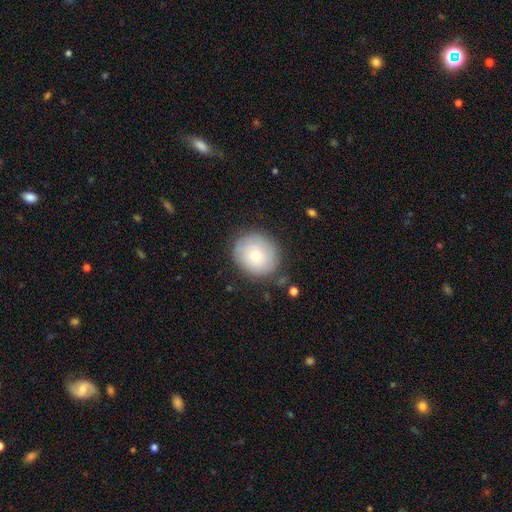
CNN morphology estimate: smooth-or-featured: smooth: 71% | featured or disk: 21% | star or artifact: 8%
  how-rounded: round: 81% | in between: 18% | cigar-shaped: 1%
  merging: none: 82% | minor disturbance: 13% | major disturbance: 3% | merger: 2%